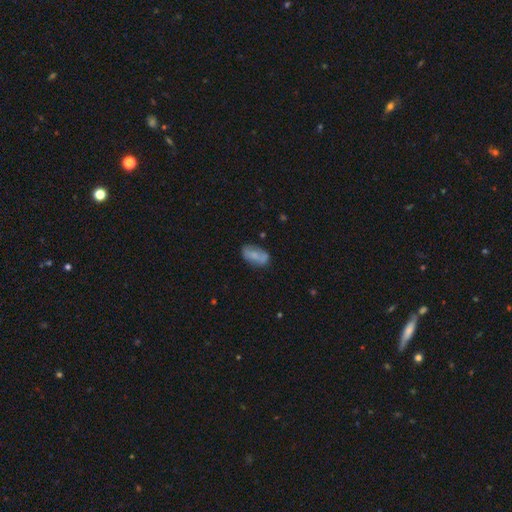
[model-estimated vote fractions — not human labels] Overall: smooth (66%; featured or disk 27%). How rounded: in between (90%). Merging: none (67%).